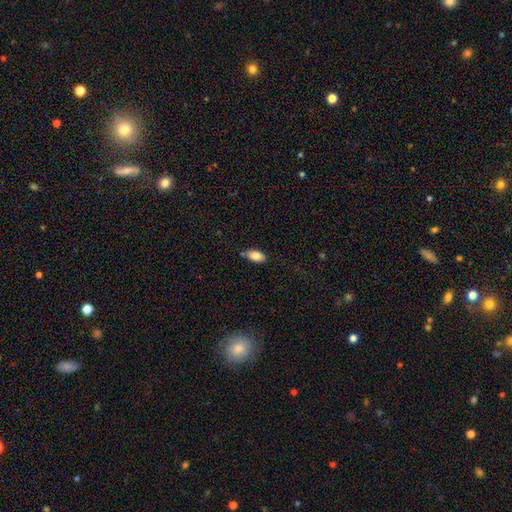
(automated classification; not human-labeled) The model was most divided on "merging": none: 74%, minor disturbance: 18%, merger: 4%, major disturbance: 3%. More confident: how rounded — in between (92%); smooth or featured — smooth (84%).